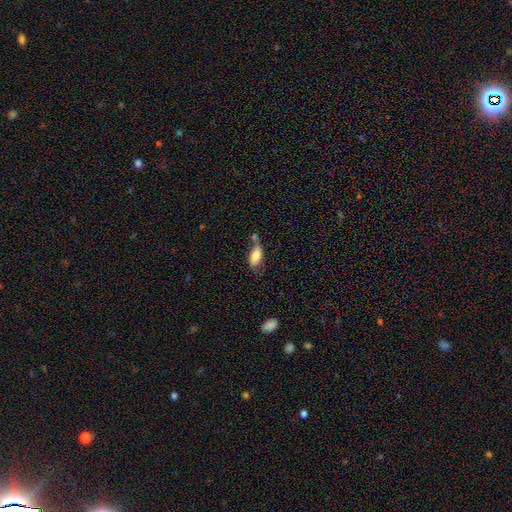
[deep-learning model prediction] This appears to be a smooth galaxy with no disk features (76%) that is in between round and cigar-shaped (88%). Merging: none (38%).